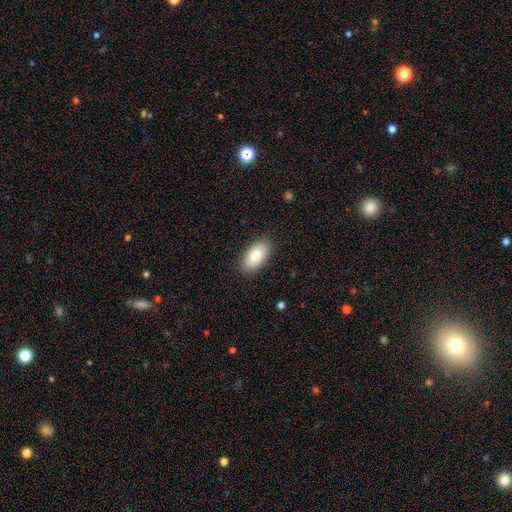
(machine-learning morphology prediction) smooth_or_featured: smooth (p=0.79) [alt: featured or disk p=0.15]
how_rounded: in between (p=0.94) [alt: round p=0.04]
merging: none (p=0.88) [alt: minor disturbance p=0.09]